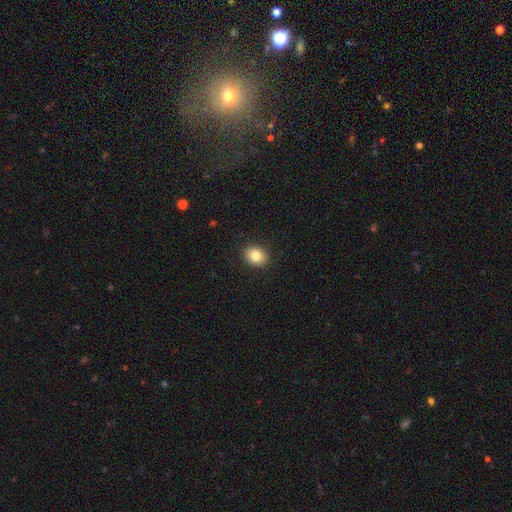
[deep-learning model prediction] Smooth or featured? smooth (83%)
How rounded? round (50%)
Merging? none (90%)